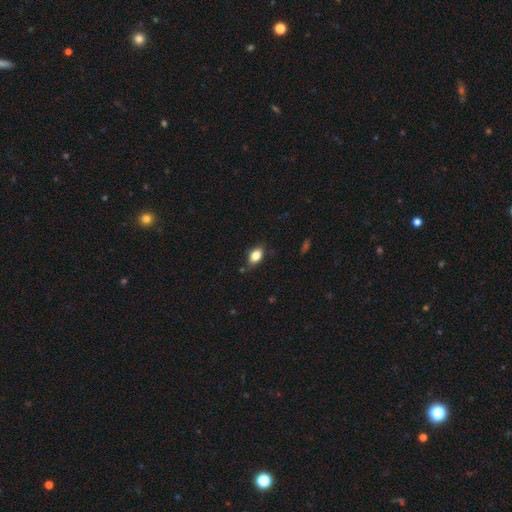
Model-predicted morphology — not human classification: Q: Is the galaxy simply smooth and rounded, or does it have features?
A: smooth — 83%.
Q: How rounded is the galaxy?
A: in between — 85%.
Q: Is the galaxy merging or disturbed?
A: none — 79%.